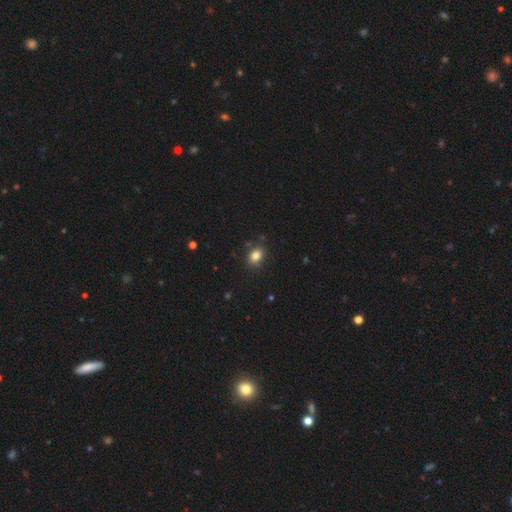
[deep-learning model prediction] Morphology: type=smooth (84%); roundness=in between (69%); merging=none (82%).